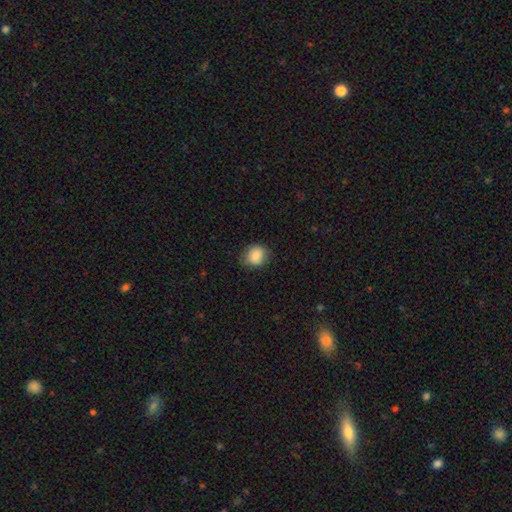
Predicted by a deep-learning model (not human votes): Smooth or featured? smooth (87%)
How rounded? round (70%)
Merging? none (78%)